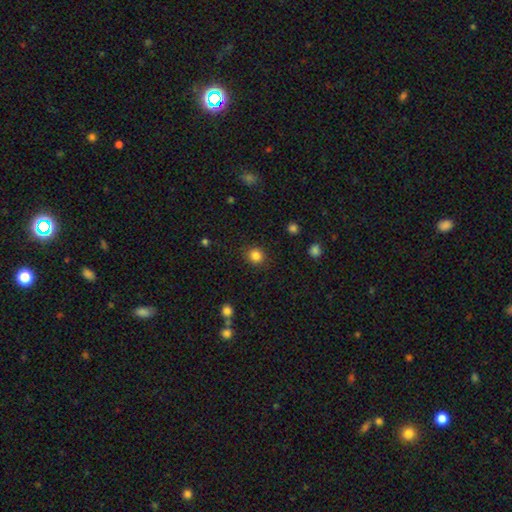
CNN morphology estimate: smooth_or_featured: smooth (p=0.84) [alt: star or artifact p=0.12]
how_rounded: round (p=0.90) [alt: in between p=0.10]
merging: none (p=0.89) [alt: minor disturbance p=0.07]